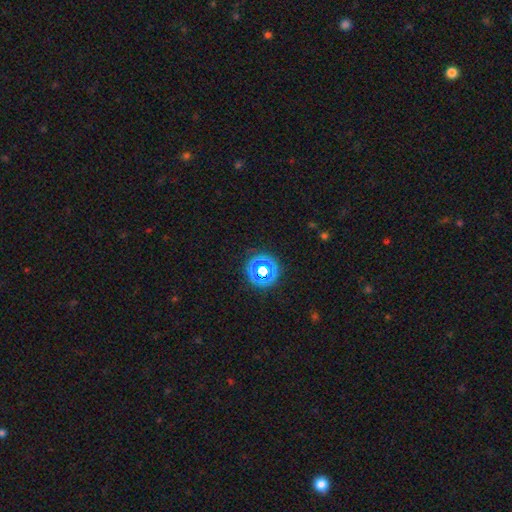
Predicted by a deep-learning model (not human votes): Smooth or featured: smooth — 63% (star or artifact — 31%)
How rounded: round — 94% (in between — 5%)
Merging: none — 92% (minor disturbance — 4%)